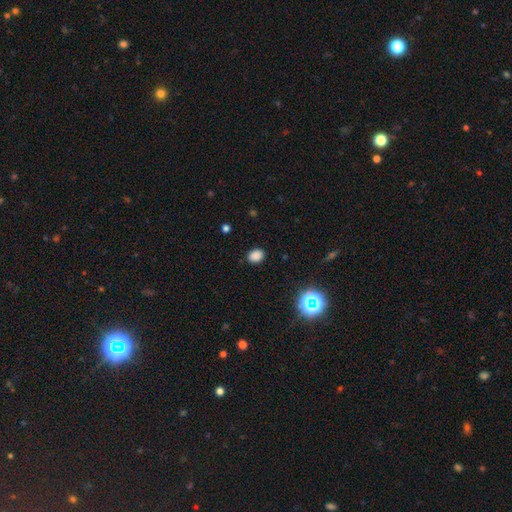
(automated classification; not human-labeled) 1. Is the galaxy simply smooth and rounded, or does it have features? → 82% smooth, 14% star or artifact, 3% featured or disk.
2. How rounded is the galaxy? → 63% in between, 36% round, 1% cigar-shaped.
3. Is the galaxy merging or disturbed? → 87% none, 10% minor disturbance, 3% major disturbance, 1% merger.